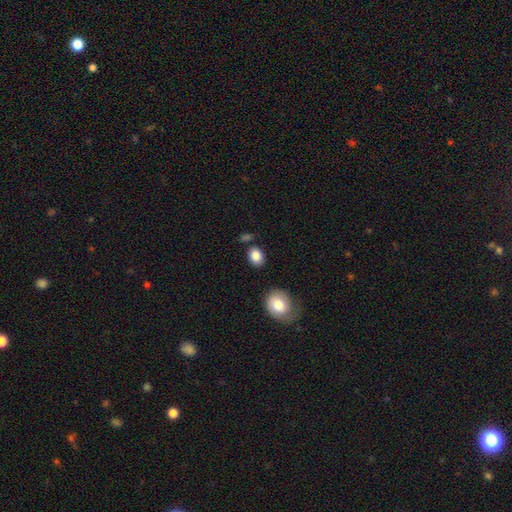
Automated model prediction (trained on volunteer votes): Morphology: type=smooth (87%); roundness=in between (59%); merging=none (78%).